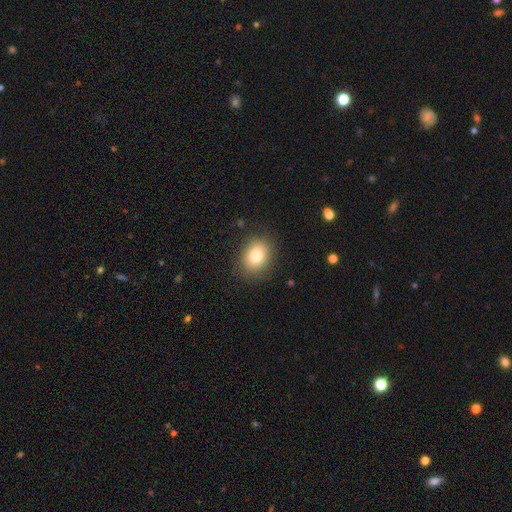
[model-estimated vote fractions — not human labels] Smooth or featured?
  - smooth: 82% *
  - star or artifact: 10%
  - featured or disk: 9%
How rounded?
  - in between: 52% *
  - round: 47%
  - cigar-shaped: 1%
Merging?
  - none: 85% *
  - minor disturbance: 10%
  - major disturbance: 3%
  - merger: 1%